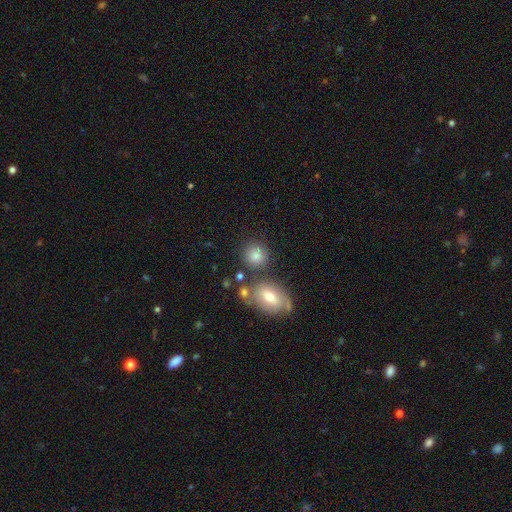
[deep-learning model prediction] Smooth or featured: smooth — 77% (star or artifact — 11%)
How rounded: round — 79% (in between — 19%)
Merging: none — 69% (merger — 16%)